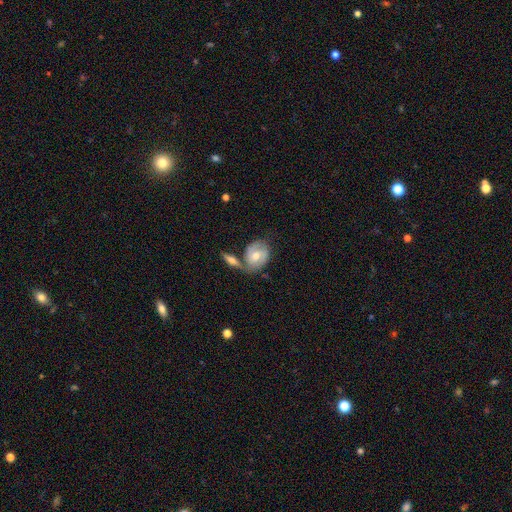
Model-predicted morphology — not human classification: A featured or disk galaxy (56%) with no bar (54%), spiral arms (78%) and a moderate central bulge (66%).

Vote fractions:
- Smooth or featured? featured or disk: 56% / smooth: 38% / star or artifact: 6%
- Edge-on disk? no: 93% / yes: 7%
- Bar? no: 54% / weak: 37% / strong: 9%
- Spiral arms? yes: 78% / no: 22%
- Bulge size? moderate: 66% / small: 27% / large: 5% / none: 2% / dominant: 1%
- Merging? none: 44% / merger: 33% / minor disturbance: 17% / major disturbance: 7%